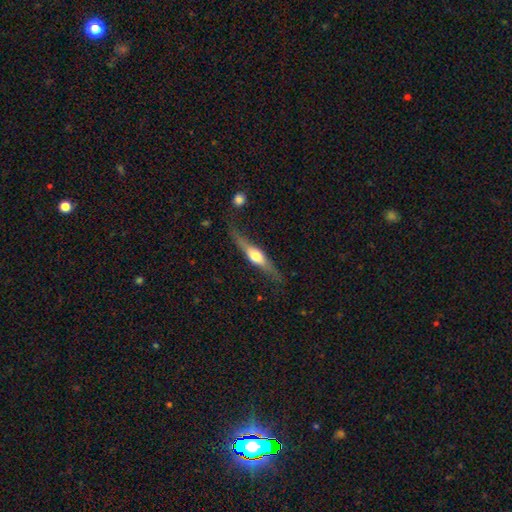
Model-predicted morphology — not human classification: smooth-or-featured: featured or disk: 66% | smooth: 29% | star or artifact: 5%
  disk-edge-on: yes: 93% | no: 7%
    edge-on-bulge: rounded: 91% | boxy: 6% | none: 3%
  merging: none: 73% | minor disturbance: 18% | major disturbance: 6% | merger: 3%